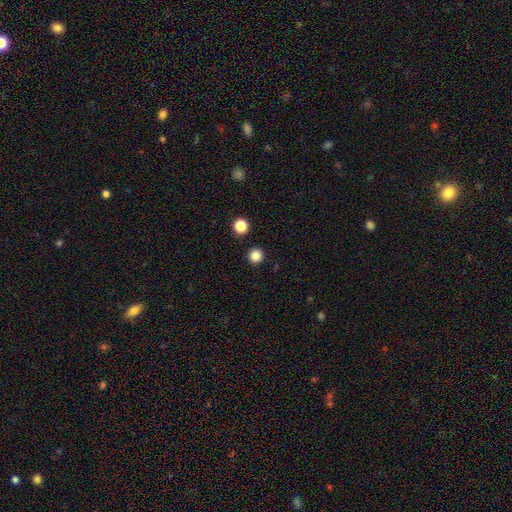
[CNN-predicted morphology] Smooth or featured?
  - smooth: 85% *
  - star or artifact: 12%
  - featured or disk: 4%
How rounded?
  - round: 95% *
  - in between: 4%
  - cigar-shaped: 1%
Merging?
  - none: 93% *
  - minor disturbance: 4%
  - merger: 2%
  - major disturbance: 2%